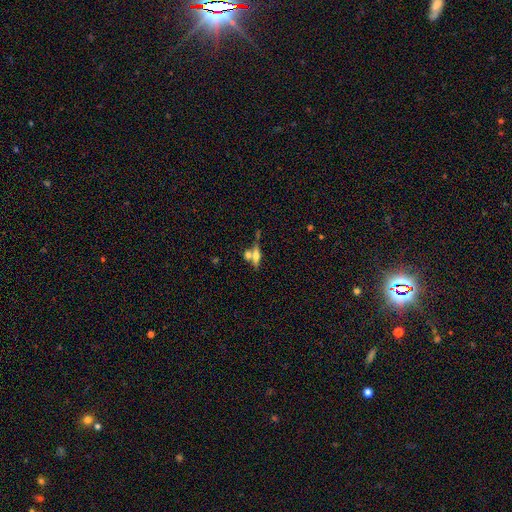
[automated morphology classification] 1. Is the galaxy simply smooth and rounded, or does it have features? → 46% smooth, 44% featured or disk, 10% star or artifact.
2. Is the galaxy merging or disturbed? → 45% none, 38% merger, 11% minor disturbance, 6% major disturbance.